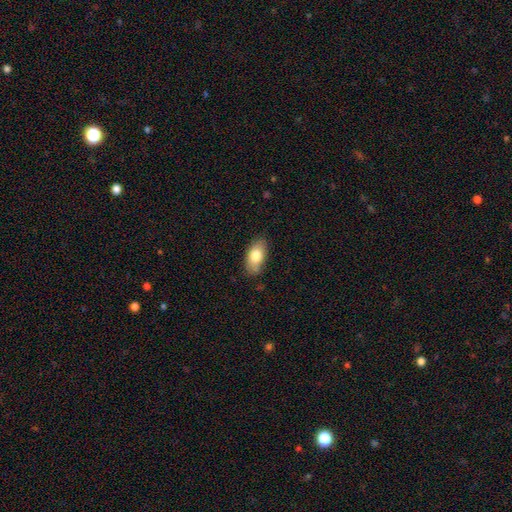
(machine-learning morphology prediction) Smooth or featured: smooth — 78% (featured or disk — 15%)
How rounded: in between — 90% (cigar-shaped — 6%)
Merging: none — 79% (minor disturbance — 16%)